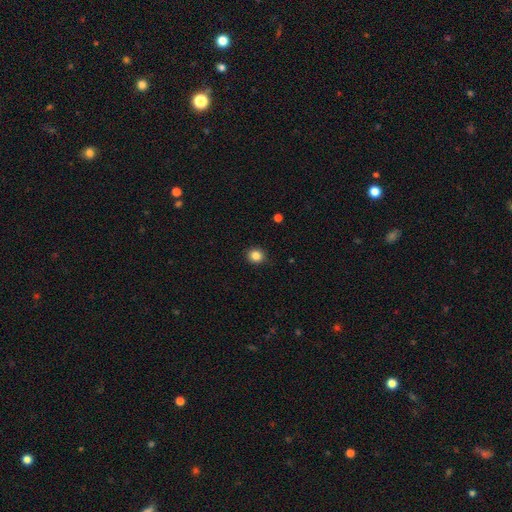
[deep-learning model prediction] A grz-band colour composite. It shows a smooth galaxy with no disk features (85%) that is round (86%). Merging: none (90%).